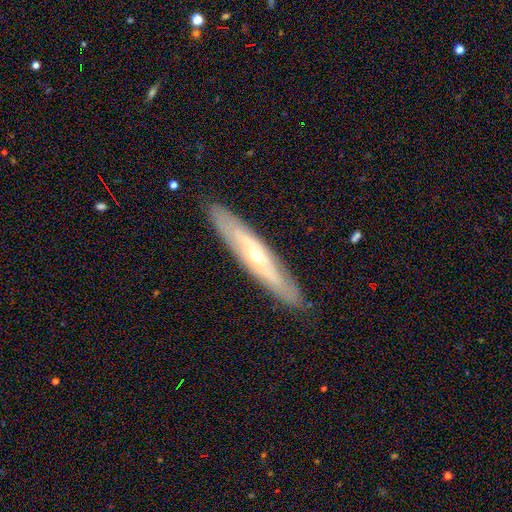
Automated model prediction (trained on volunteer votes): Smooth or featured? featured or disk (70%)
Edge-on disk? yes (64%)
Merging? none (89%)